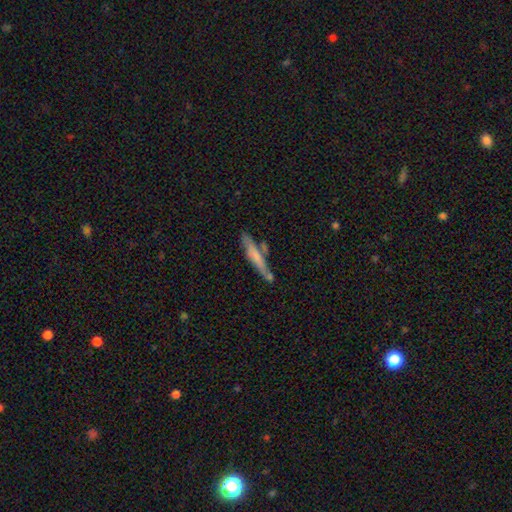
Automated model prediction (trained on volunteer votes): smooth_or_featured: smooth (p=0.56) [alt: featured or disk p=0.38]
how_rounded: cigar-shaped (p=0.91) [alt: in between p=0.07]
merging: none (p=0.65) [alt: minor disturbance p=0.17]